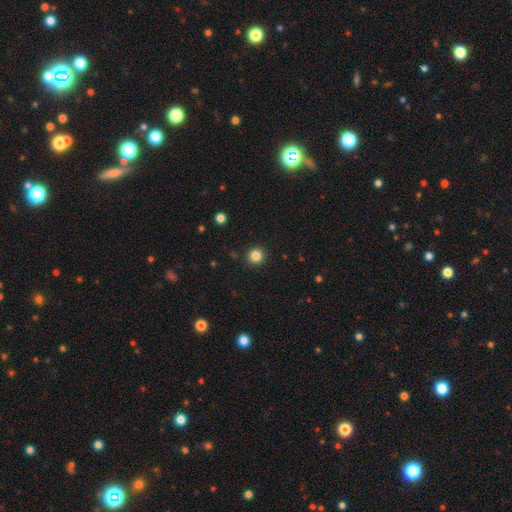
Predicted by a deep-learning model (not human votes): The model was most divided on "smooth or featured": smooth: 84%, star or artifact: 12%, featured or disk: 4%. More confident: how rounded — round (94%); merging — none (92%).